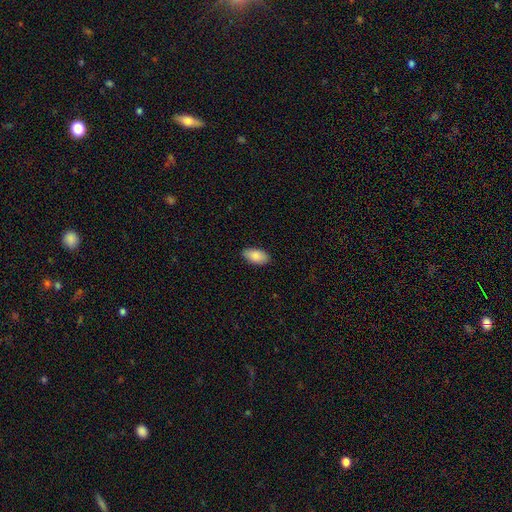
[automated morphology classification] Overall: smooth (88%). How rounded: in between (95%). Merging: none (88%).